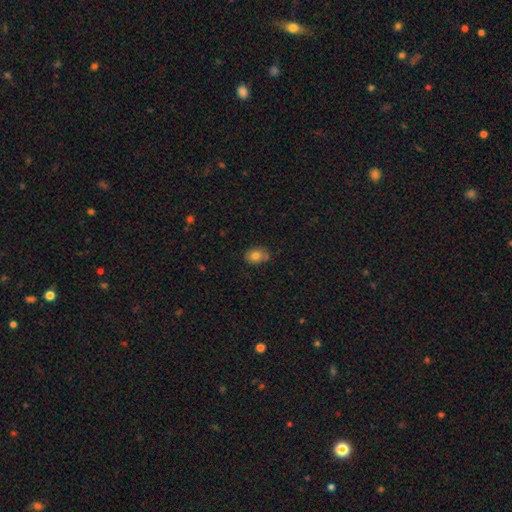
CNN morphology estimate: type=smooth (78%); roundness=in between (74%); merging=none (69%).